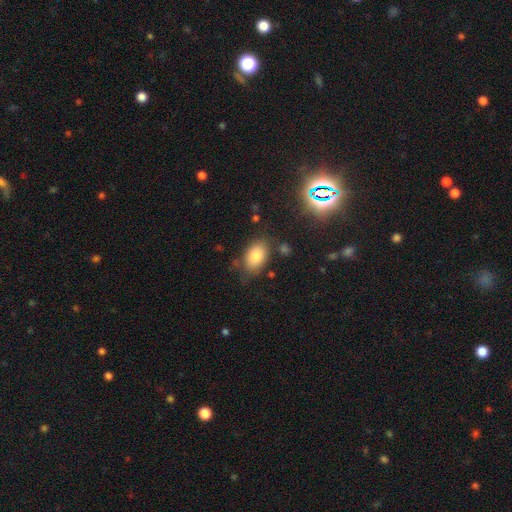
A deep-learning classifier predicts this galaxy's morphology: Q: Smooth or featured?
A: smooth (80%); runner-up: star or artifact (11%)
Q: How rounded?
A: in between (88%); runner-up: round (11%)
Q: Merging?
A: none (76%); runner-up: minor disturbance (16%)